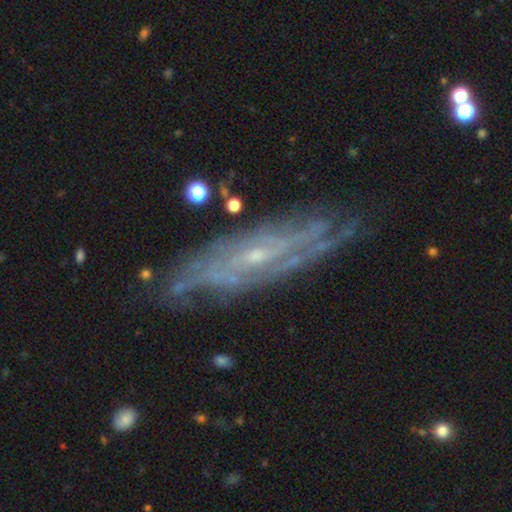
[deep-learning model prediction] This is clearly a featured or disk galaxy (84%). It is likely not viewed edge-on (78%). Bar: possibly no (55%). Spiral arm pattern: clearly yes (93%). Spiral arm count: possibly can't tell (48%). Spiral winding: likely tight (63%). Central bulge: clearly small (82%). Merging: likely none (79%).